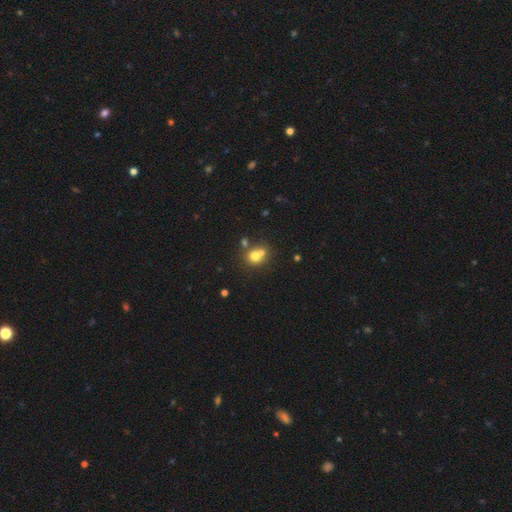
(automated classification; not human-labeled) Smooth or featured: smooth — 71% (featured or disk — 14%)
How rounded: round — 77% (in between — 22%)
Merging: none — 45% (merger — 42%)